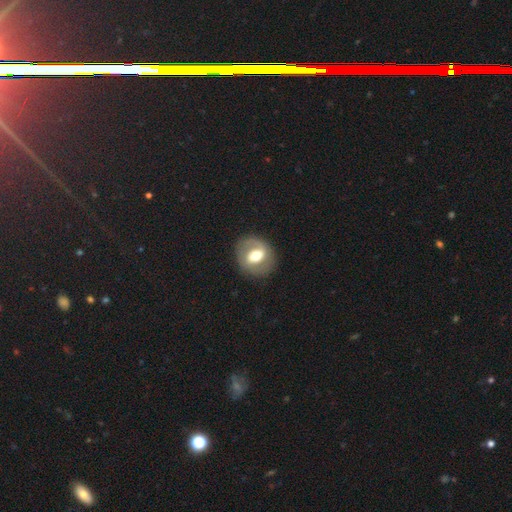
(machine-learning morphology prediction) This appears to be a featured or disk galaxy (60%) with a weak bar (41%), spiral arms (56%) and a moderate central bulge (65%). Merging: none (82%).